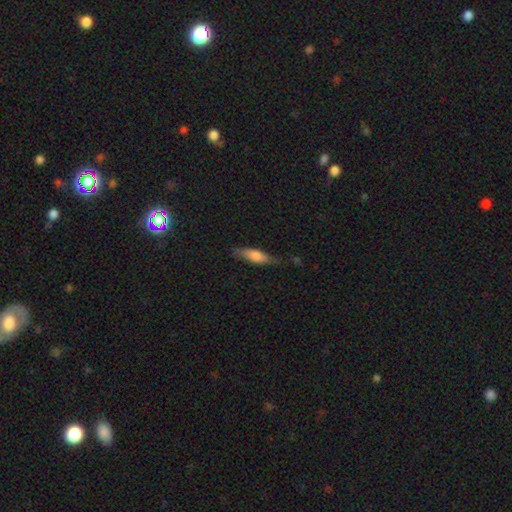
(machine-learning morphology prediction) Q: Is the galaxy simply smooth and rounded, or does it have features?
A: smooth — 68%.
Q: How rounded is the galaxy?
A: cigar-shaped — 61%.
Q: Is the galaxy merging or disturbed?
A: none — 71%.